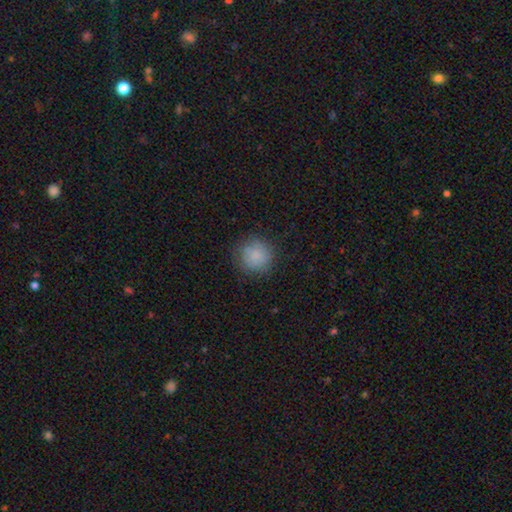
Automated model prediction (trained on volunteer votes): The model was most divided on "merging": none: 83%, minor disturbance: 12%, major disturbance: 4%, merger: 1%. More confident: how rounded — round (93%); smooth or featured — smooth (84%).